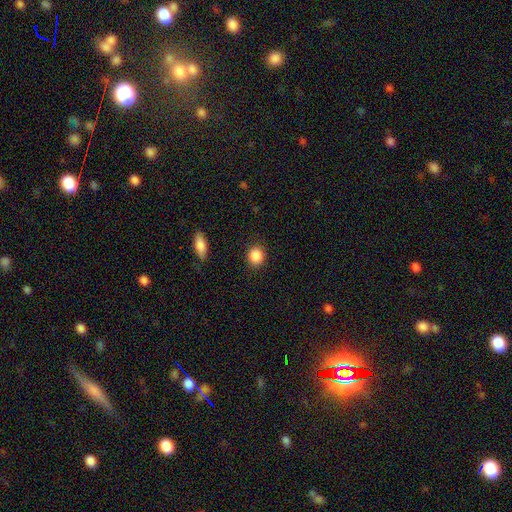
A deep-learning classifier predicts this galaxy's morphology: Smooth or featured?
  - smooth: 88% *
  - star or artifact: 8%
  - featured or disk: 3%
How rounded?
  - round: 77% *
  - in between: 21%
  - cigar-shaped: 1%
Merging?
  - none: 88% *
  - minor disturbance: 8%
  - major disturbance: 3%
  - merger: 2%